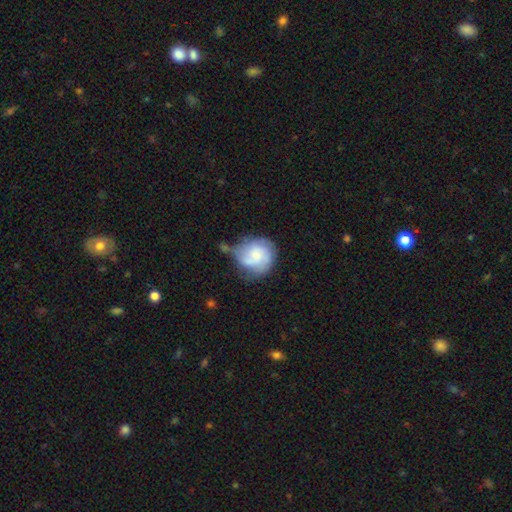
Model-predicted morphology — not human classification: A featured or disk galaxy (47%). Merging: none (41%).